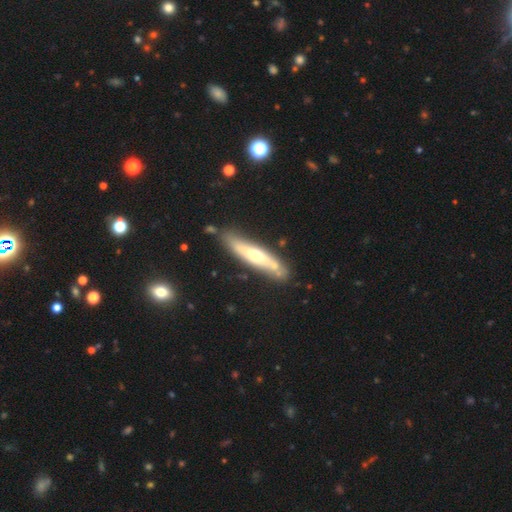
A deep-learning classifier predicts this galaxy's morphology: Overall: featured or disk (51%; smooth 43%). Edge-on disk: yes (70%; no 30%). Merging: none (75%).